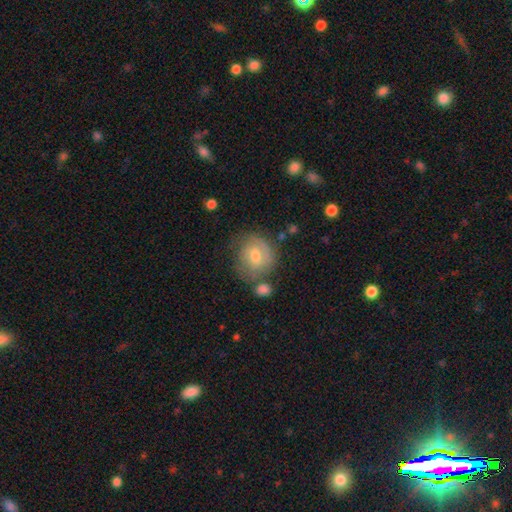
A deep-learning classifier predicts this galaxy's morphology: This appears to be a featured or disk galaxy (49%). Merging: none (63%).